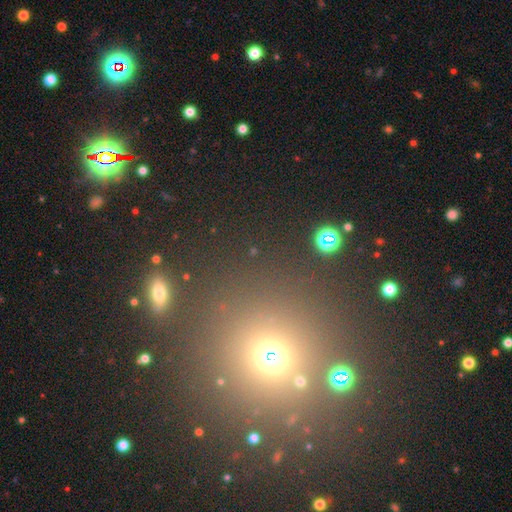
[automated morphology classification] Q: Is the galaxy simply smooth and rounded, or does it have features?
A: star or artifact — 49%.